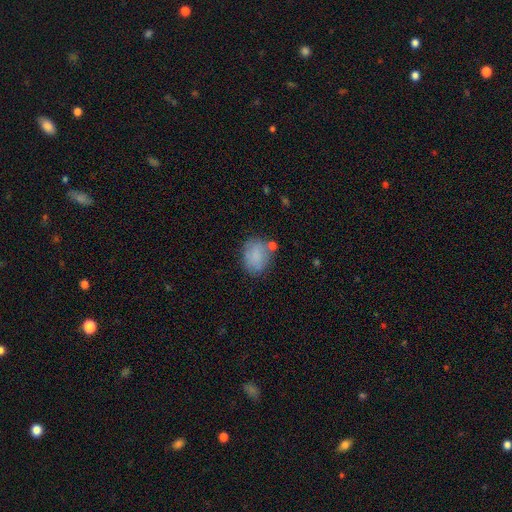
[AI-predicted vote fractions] Morphology: type=smooth (78%); roundness=in between (56%); merging=none (61%).